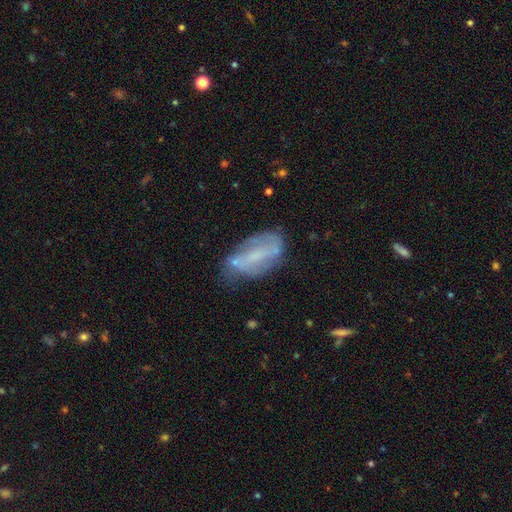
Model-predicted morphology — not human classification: smooth-or-featured: featured or disk: 58% | smooth: 33% | star or artifact: 10%
  disk-edge-on: no: 91% | yes: 9%
    bar: weak: 39% | strong: 32% | no: 29%
    has-spiral-arms: yes: 61% | no: 39%
    bulge-size: small: 41% | none: 39% | moderate: 17% | large: 2% | dominant: 1%
  merging: none: 53% | minor disturbance: 29% | major disturbance: 14% | merger: 5%